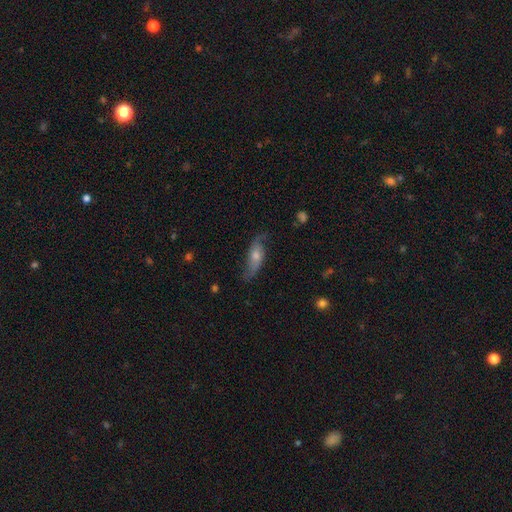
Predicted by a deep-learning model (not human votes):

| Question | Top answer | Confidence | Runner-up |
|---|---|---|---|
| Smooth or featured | featured or disk | 69% | smooth (23%) |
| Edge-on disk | no | 78% | yes (22%) |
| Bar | no | 68% | weak (24%) |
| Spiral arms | yes | 90% | no (10%) |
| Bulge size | moderate | 56% | small (32%) |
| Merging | none | 72% | minor disturbance (19%) |